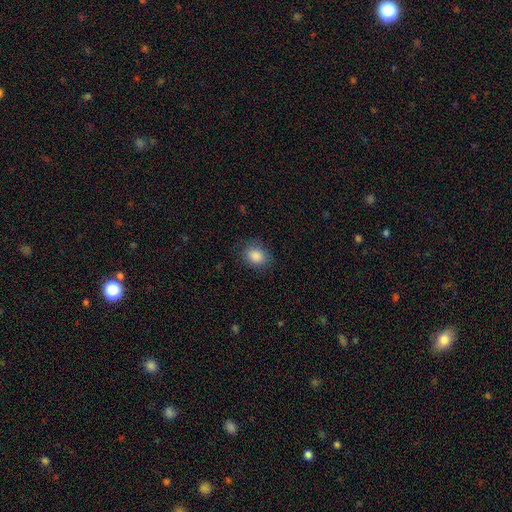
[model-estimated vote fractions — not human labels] A smooth galaxy with no disk features (87%) that is round (53%). Merging: none (80%).